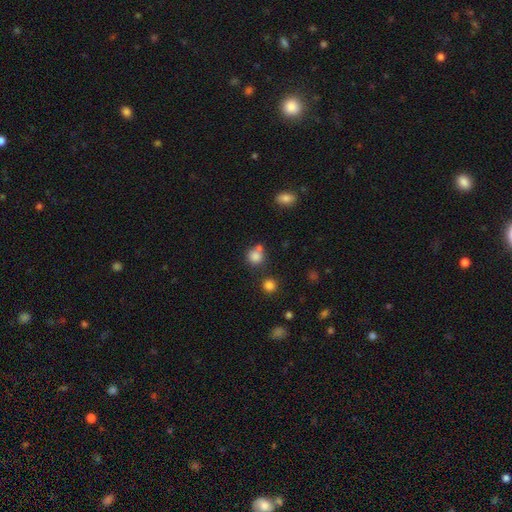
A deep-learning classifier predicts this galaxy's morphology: Smooth or featured? smooth (81%)
How rounded? round (84%)
Merging? none (56%)